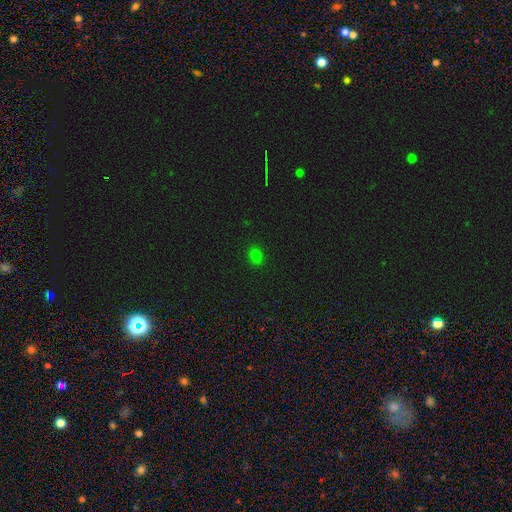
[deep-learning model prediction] Smooth or featured: smooth — 77% (star or artifact — 19%)
How rounded: in between — 53% (round — 46%)
Merging: none — 88% (minor disturbance — 9%)